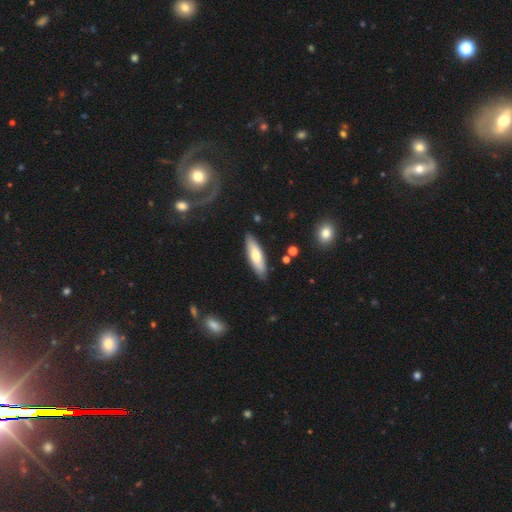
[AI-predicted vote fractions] Morphology: type=smooth (64%); roundness=cigar-shaped (53%); merging=none (87%).